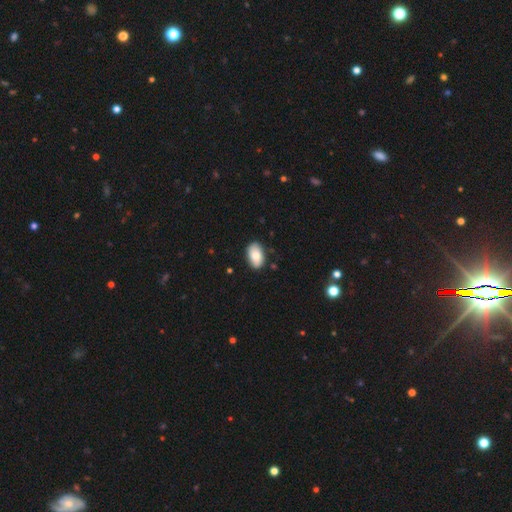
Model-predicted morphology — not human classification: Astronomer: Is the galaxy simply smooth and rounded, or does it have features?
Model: smooth — 79%.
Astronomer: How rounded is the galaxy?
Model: in between — 92%.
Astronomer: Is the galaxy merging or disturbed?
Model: none — 83%.